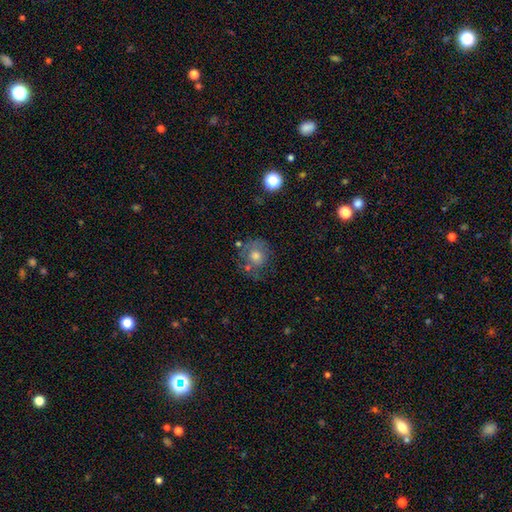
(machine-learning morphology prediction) Smooth or featured?
  - smooth: 49% *
  - featured or disk: 37%
  - star or artifact: 14%
Merging?
  - none: 59% *
  - minor disturbance: 21%
  - major disturbance: 14%
  - merger: 7%